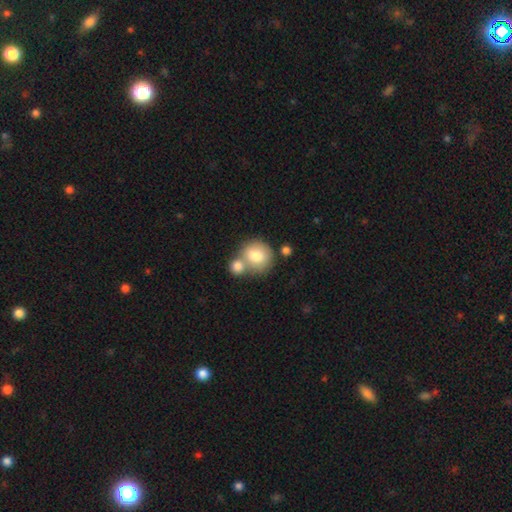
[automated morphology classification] Q: Smooth or featured?
A: smooth (78%); runner-up: featured or disk (14%)
Q: How rounded?
A: round (79%); runner-up: in between (20%)
Q: Merging?
A: merger (45%); runner-up: none (41%)